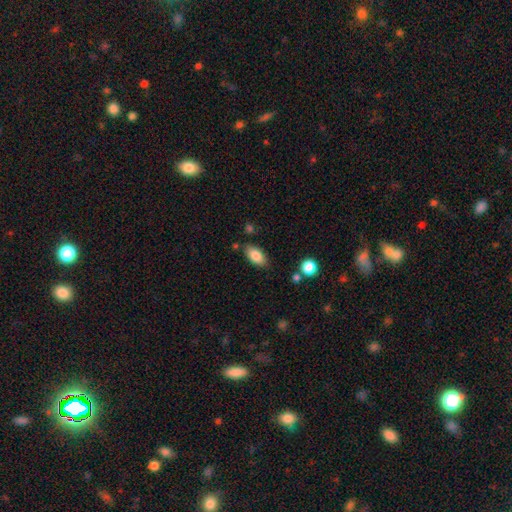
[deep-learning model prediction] Smooth or featured: smooth — 84% (featured or disk — 9%)
How rounded: in between — 91% (cigar-shaped — 5%)
Merging: none — 80% (minor disturbance — 13%)